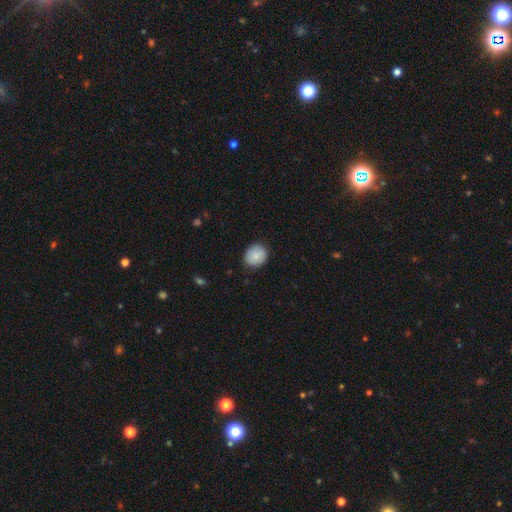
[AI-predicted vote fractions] Morphology: type=smooth (84%); roundness=round (69%); merging=none (87%).